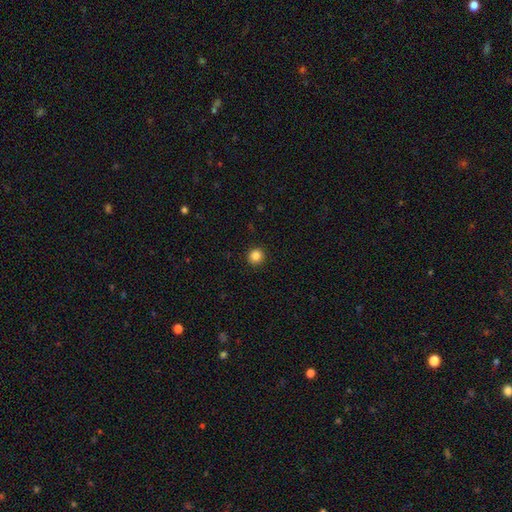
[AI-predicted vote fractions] A smooth galaxy with no disk features (85%) that is round (93%). Merging: none (93%).